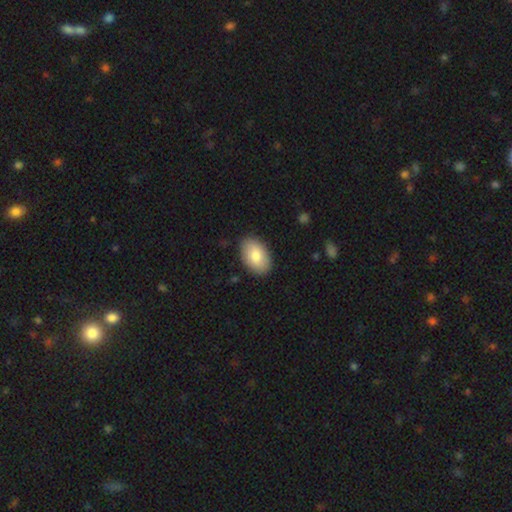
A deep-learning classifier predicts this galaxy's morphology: This appears to be a smooth galaxy with no disk features (80%) that is in between round and cigar-shaped (92%). Merging: none (87%).